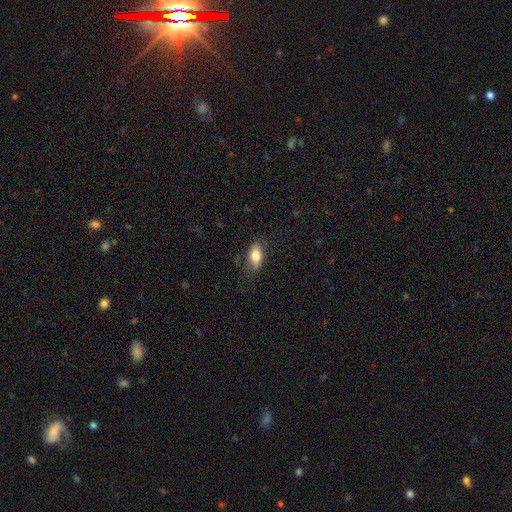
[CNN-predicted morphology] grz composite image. It shows a smooth galaxy with no disk features (80%) that is in between round and cigar-shaped (88%). Merging: none (79%).